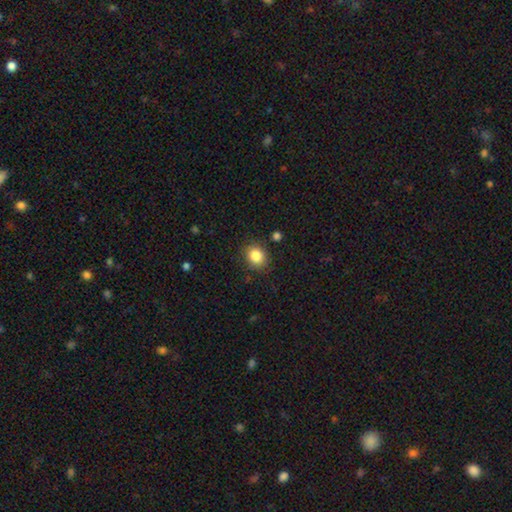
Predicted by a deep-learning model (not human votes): Q: Smooth or featured?
A: smooth (85%); runner-up: star or artifact (10%)
Q: How rounded?
A: round (65%); runner-up: in between (35%)
Q: Merging?
A: none (85%); runner-up: minor disturbance (10%)